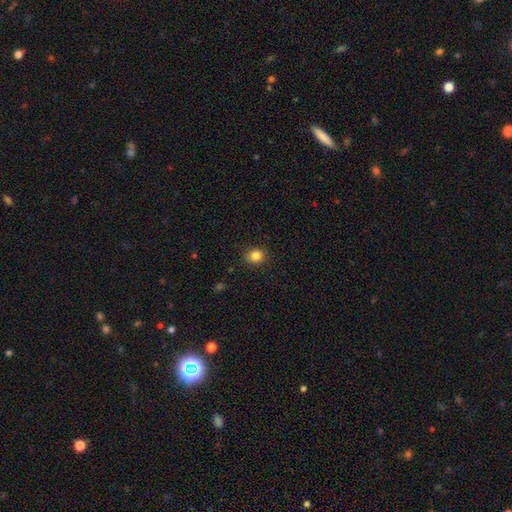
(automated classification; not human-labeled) A smooth galaxy with no disk features (84%) that is round (71%). Merging: none (88%).